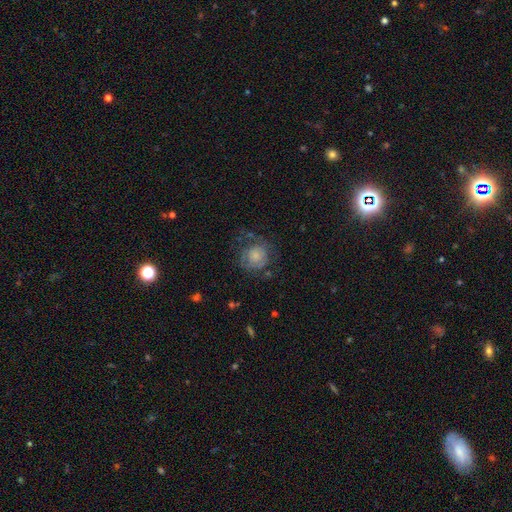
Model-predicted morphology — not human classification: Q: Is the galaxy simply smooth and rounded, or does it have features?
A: smooth — 53%.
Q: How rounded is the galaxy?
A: round — 86%.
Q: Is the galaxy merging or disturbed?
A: none — 53%.